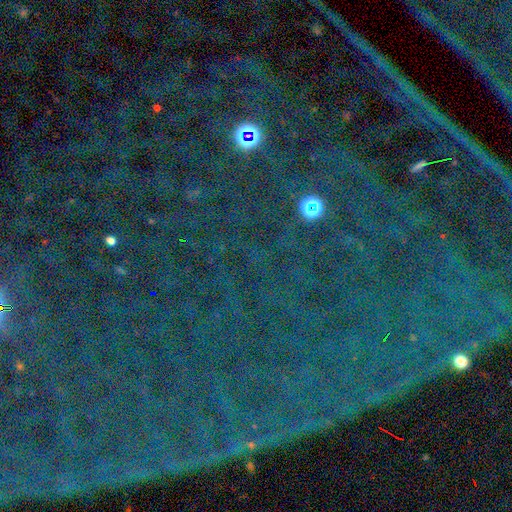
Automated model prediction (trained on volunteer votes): A star or artifact, not a galaxy (84%).

Vote fractions:
- Smooth or featured? star or artifact: 84% / smooth: 8% / featured or disk: 7%